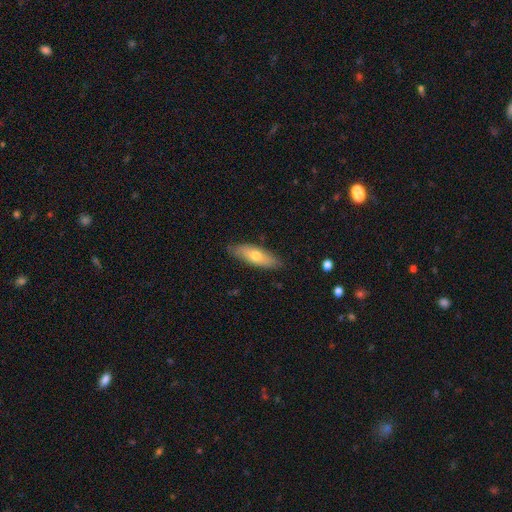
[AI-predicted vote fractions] smooth 62%, featured or disk 32%, star or artifact 6%. Down the decision tree: how rounded — in between (56%); merging — none (83%).